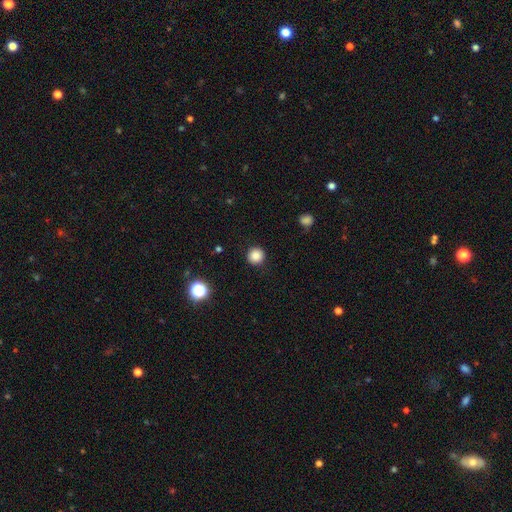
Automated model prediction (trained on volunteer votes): Smooth or featured? Predicted: smooth (p=0.85). How rounded? Predicted: round (p=0.95). Merging? Predicted: none (p=0.92).